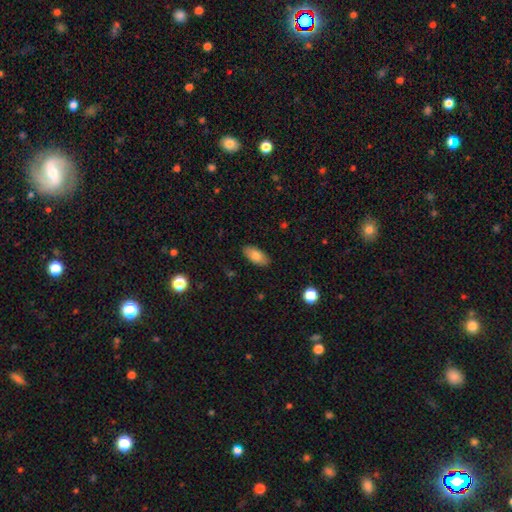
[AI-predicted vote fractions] smooth_or_featured: smooth (p=0.80) [alt: featured or disk p=0.13]
how_rounded: in between (p=0.91) [alt: cigar-shaped p=0.06]
merging: none (p=0.87) [alt: minor disturbance p=0.10]